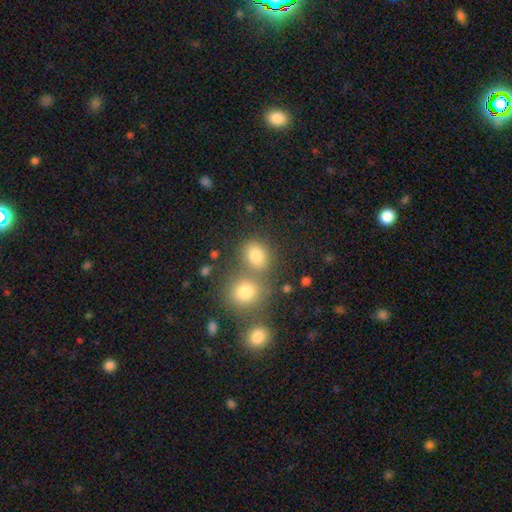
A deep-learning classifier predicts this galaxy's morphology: smooth_or_featured: smooth (p=0.77) [alt: star or artifact p=0.15]
how_rounded: round (p=0.63) [alt: in between p=0.36]
merging: none (p=0.54) [alt: merger p=0.32]